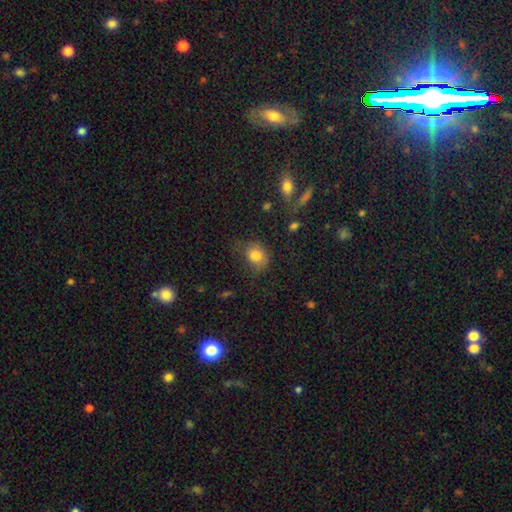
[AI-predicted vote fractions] Morphology: type=smooth (80%); roundness=round (58%); merging=none (54%).